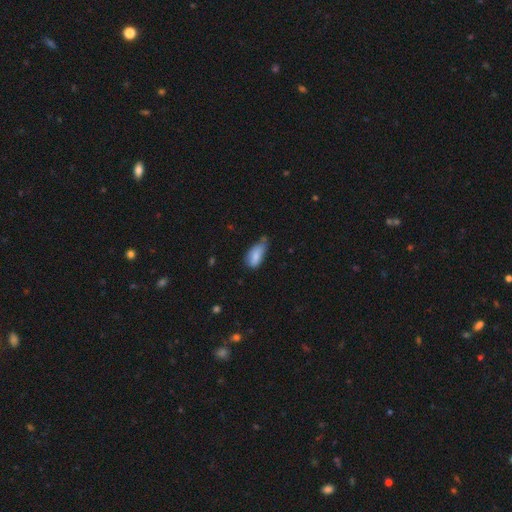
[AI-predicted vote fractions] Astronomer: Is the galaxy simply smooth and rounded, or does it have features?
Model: smooth — 82%.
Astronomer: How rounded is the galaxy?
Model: in between — 87%.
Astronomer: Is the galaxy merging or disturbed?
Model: minor disturbance — 45% (runner-up: none, 38%).